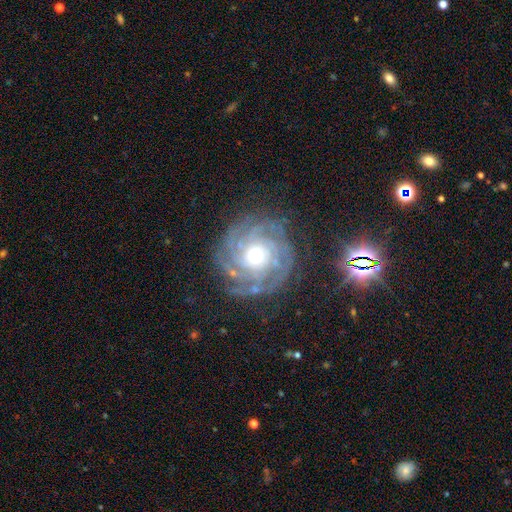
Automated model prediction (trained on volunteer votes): This is clearly a featured or disk galaxy (87%). It is clearly not viewed edge-on (98%). Bar: likely no (79%). Spiral arm pattern: clearly yes (96%). Spiral arm count: marginally can't tell (26%). Spiral winding: likely tight (77%). Central bulge: possibly moderate (55%). Merging: likely none (80%).